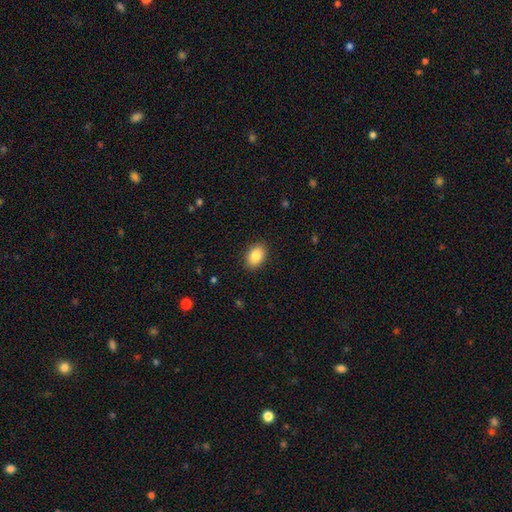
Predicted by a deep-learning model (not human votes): This appears to be a smooth galaxy with no disk features (86%) that is in between round and cigar-shaped (83%). Merging: none (89%).